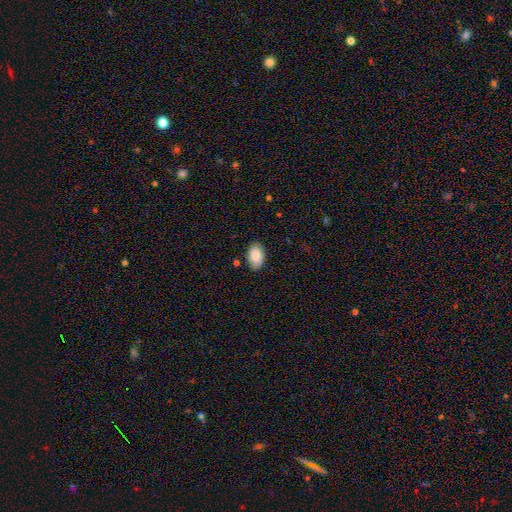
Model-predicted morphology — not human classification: Overall: smooth (85%). How rounded: in between (91%). Merging: none (81%).